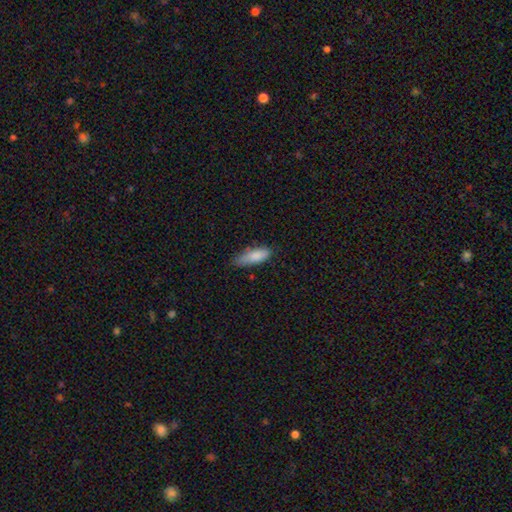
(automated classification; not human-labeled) The model was most divided on "how rounded": in between: 63%, cigar-shaped: 35%, round: 2%. More confident: smooth or featured — smooth (85%); merging — none (62%).